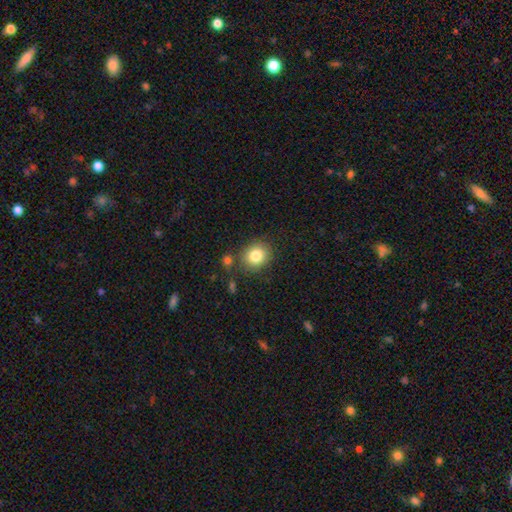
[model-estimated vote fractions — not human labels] This is clearly a smooth galaxy (83%). How rounded: likely round (71%). Merging: likely none (78%).